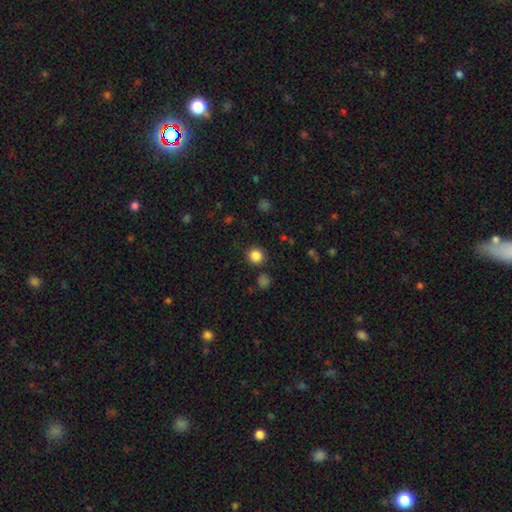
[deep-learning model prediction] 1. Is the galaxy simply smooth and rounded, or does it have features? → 85% smooth, 11% star or artifact, 4% featured or disk.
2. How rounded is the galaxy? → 90% round, 9% in between, 1% cigar-shaped.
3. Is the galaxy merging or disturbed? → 88% none, 7% minor disturbance, 2% merger, 2% major disturbance.